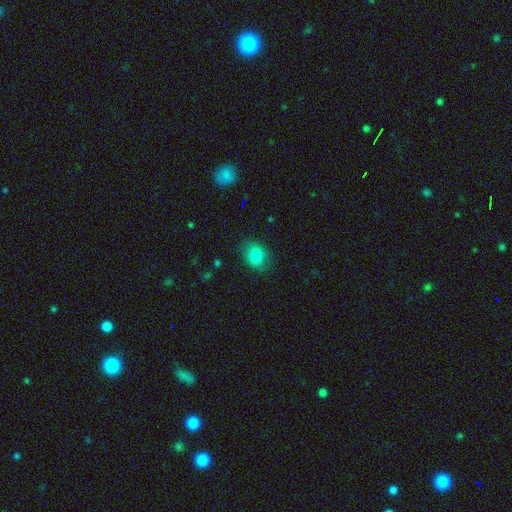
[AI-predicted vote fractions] smooth-or-featured: smooth: 83% | star or artifact: 9% | featured or disk: 8%
  how-rounded: in between: 51% | round: 48% | cigar-shaped: 1%
  merging: none: 82% | minor disturbance: 13% | major disturbance: 4% | merger: 1%